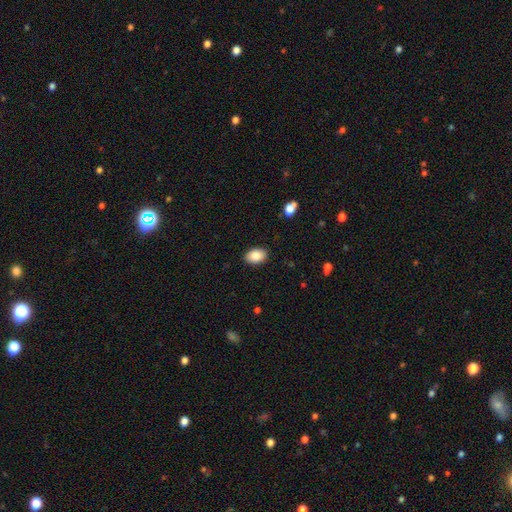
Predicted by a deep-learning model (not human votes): Smooth or featured: smooth — 87% (star or artifact — 7%)
How rounded: in between — 87% (round — 12%)
Merging: none — 89% (minor disturbance — 8%)